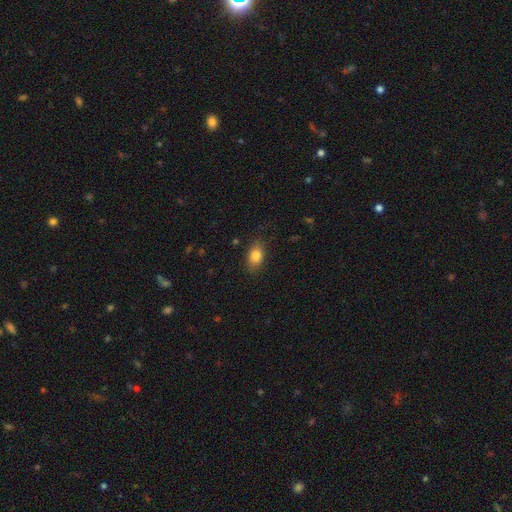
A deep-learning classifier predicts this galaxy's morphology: smooth 83%, featured or disk 9%, star or artifact 8%. Down the decision tree: how rounded — in between (84%); merging — none (81%).